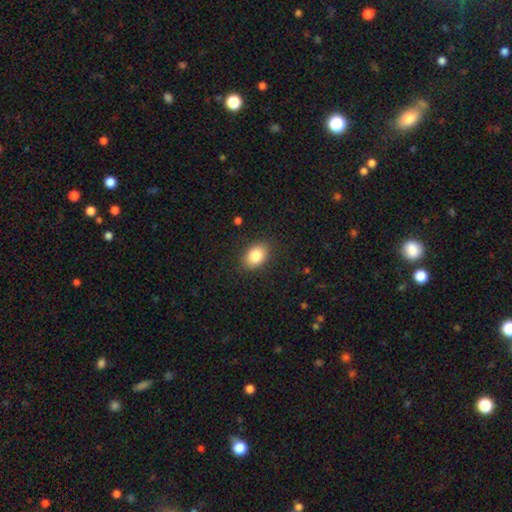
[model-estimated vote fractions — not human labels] A smooth galaxy with no disk features (85%) that is in between round and cigar-shaped (78%).

Vote fractions:
- Smooth or featured? smooth: 85% / star or artifact: 8% / featured or disk: 7%
- How rounded? in between: 78% / round: 21% / cigar-shaped: 1%
- Merging? none: 86% / minor disturbance: 10% / major disturbance: 3% / merger: 1%